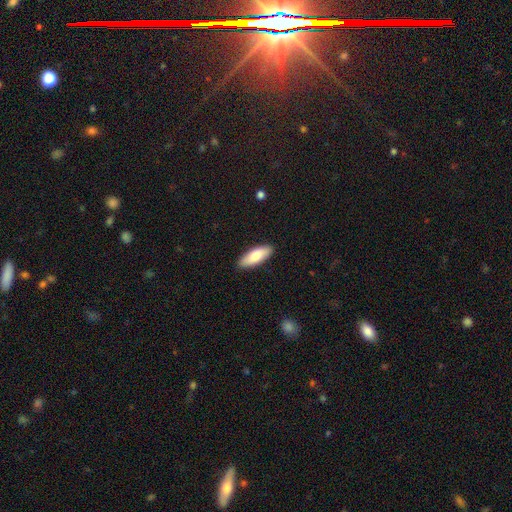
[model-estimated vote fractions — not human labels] Overall: smooth (80%). How rounded: in between (69%). Merging: none (89%).